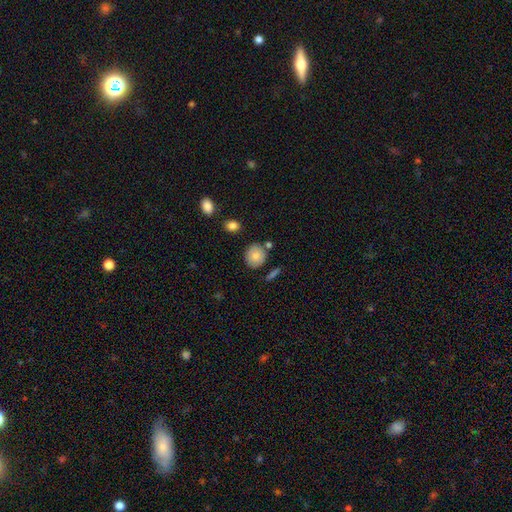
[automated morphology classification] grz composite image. It shows a smooth galaxy with no disk features (82%) that is round (78%). Merging: none (78%).